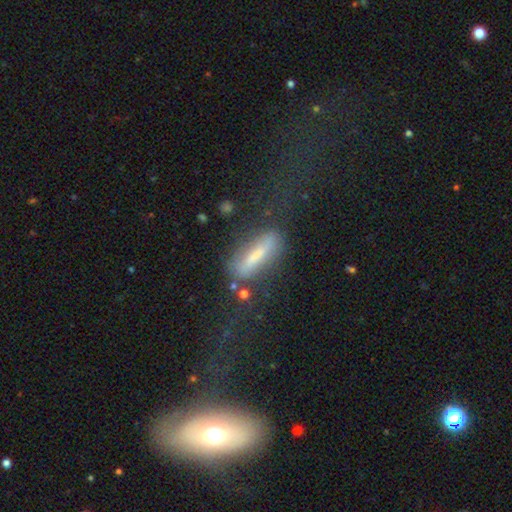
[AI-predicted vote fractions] This is possibly a smooth galaxy (58%). How rounded: likely cigar-shaped (72%). Merging: likely none (65%).